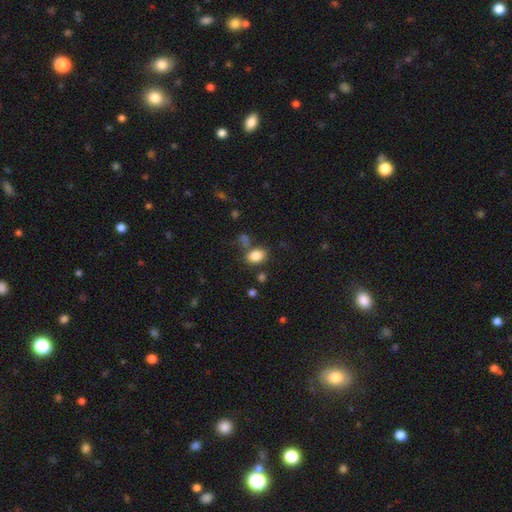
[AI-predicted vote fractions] This appears to be a smooth galaxy with no disk features (84%) that is in between round and cigar-shaped (74%). Merging: none (71%).